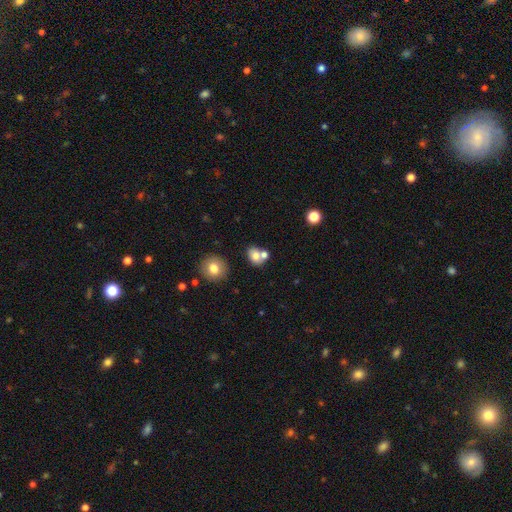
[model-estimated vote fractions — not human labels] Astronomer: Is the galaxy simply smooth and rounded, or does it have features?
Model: smooth — 74%.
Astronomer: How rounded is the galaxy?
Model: round — 51% (runner-up: in between, 48%).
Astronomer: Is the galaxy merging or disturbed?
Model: none — 47% (runner-up: merger, 38%).